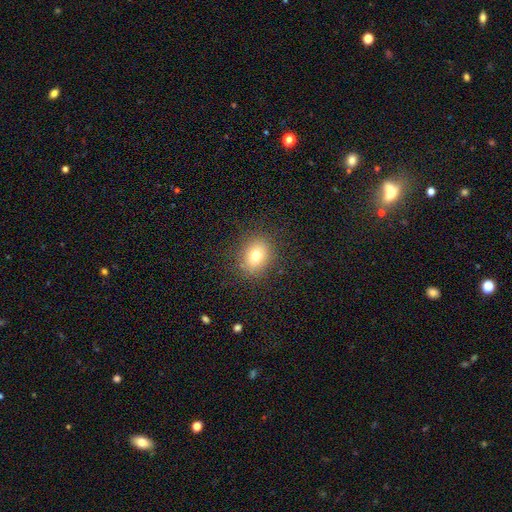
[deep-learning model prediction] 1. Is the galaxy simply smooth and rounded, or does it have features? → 75% smooth, 13% star or artifact, 12% featured or disk.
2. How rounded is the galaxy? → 56% round, 43% in between, 1% cigar-shaped.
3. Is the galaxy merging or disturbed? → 86% none, 9% minor disturbance, 4% major disturbance, 1% merger.